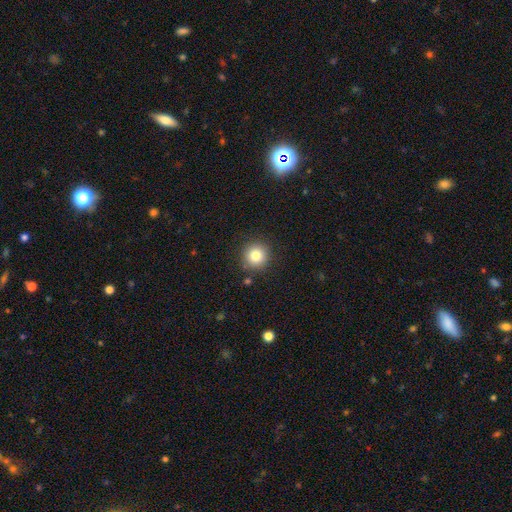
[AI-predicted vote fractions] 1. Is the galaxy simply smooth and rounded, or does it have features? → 81% smooth, 11% star or artifact, 8% featured or disk.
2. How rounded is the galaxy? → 94% round, 5% in between, 1% cigar-shaped.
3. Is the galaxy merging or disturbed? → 88% none, 7% minor disturbance, 2% merger, 2% major disturbance.